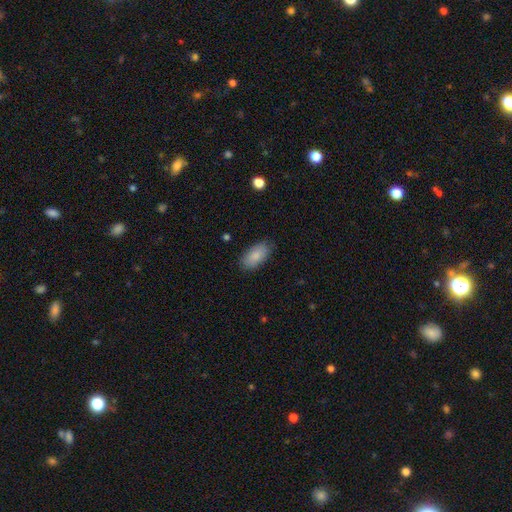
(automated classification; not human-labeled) Smooth or featured? smooth (86%)
How rounded? in between (93%)
Merging? none (82%)